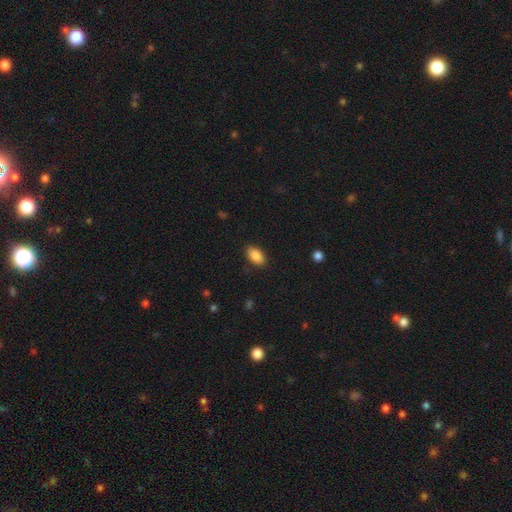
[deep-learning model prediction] smooth 88%, star or artifact 7%, featured or disk 5%. Down the decision tree: how rounded — in between (92%); merging — none (87%).